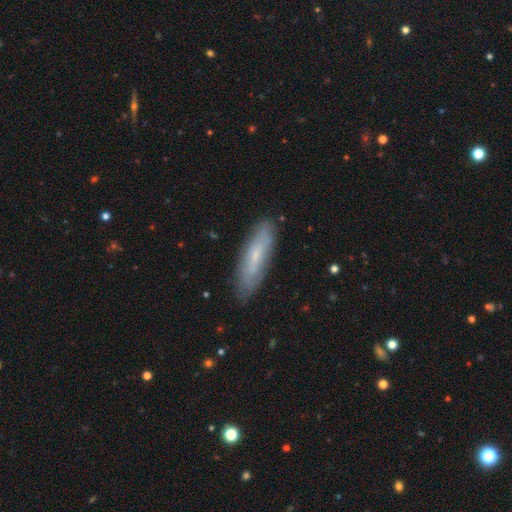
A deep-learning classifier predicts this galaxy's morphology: Smooth or featured: smooth — 49% (featured or disk — 44%)
Merging: none — 83% (minor disturbance — 13%)